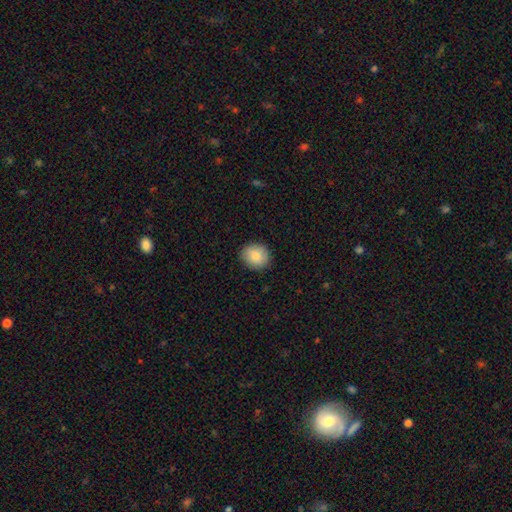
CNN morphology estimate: type=smooth (86%); roundness=round (78%); merging=none (89%).